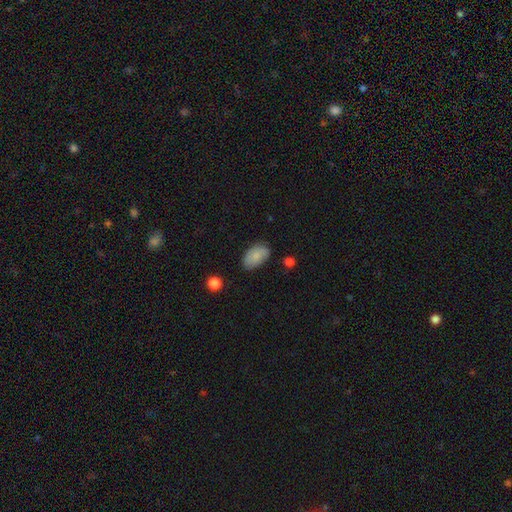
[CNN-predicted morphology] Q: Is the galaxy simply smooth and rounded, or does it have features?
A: smooth — 81%.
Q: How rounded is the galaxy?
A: in between — 93%.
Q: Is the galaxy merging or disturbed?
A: none — 71%.